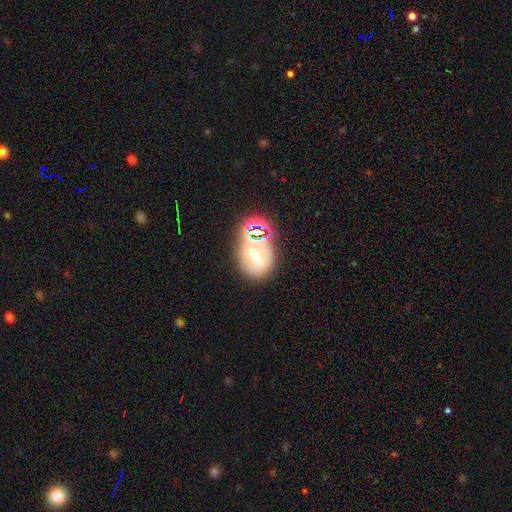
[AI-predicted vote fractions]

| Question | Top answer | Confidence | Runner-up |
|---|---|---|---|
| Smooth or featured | star or artifact | 37% | featured or disk (35%) |